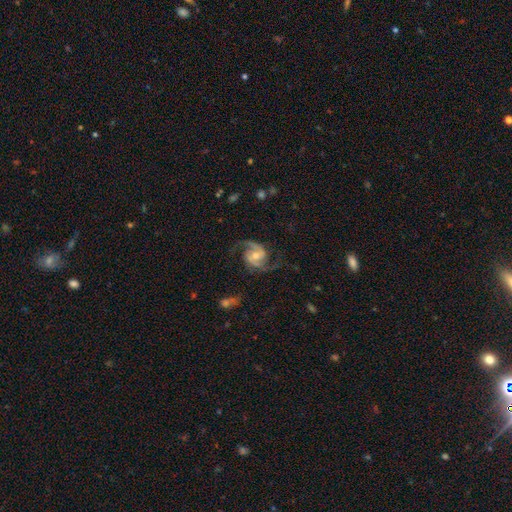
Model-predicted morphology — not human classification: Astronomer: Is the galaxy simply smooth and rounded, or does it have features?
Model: featured or disk — 90%.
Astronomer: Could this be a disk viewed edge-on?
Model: no — 98%.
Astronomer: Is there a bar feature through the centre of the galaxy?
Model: no — 52% (runner-up: weak, 37%).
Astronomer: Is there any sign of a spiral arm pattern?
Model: yes — 98%.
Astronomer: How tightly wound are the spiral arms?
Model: medium — 52% (runner-up: loose, 35%).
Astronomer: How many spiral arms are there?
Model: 2 — 93%.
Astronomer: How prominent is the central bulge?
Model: moderate — 58% (runner-up: small, 35%).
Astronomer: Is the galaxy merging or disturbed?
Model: none — 75%.